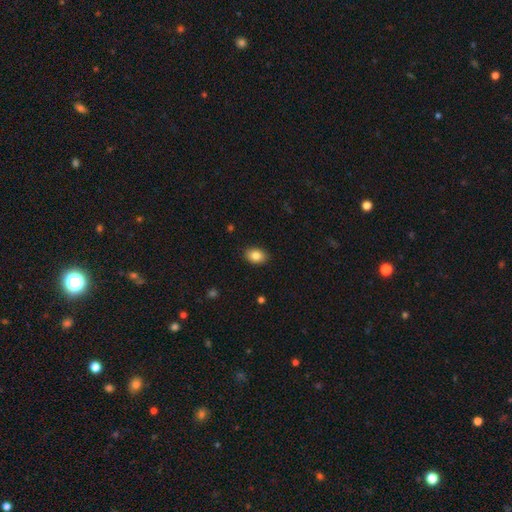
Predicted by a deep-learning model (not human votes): smooth 85%, star or artifact 8%, featured or disk 7%. Down the decision tree: how rounded — in between (79%); merging — none (89%).